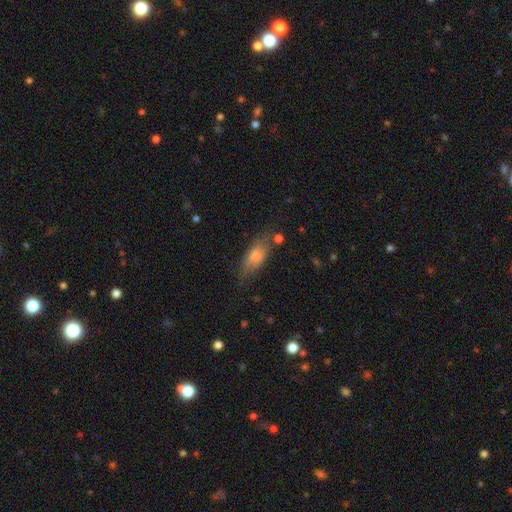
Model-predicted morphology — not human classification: A smooth galaxy with no disk features (65%) that is in between round and cigar-shaped (65%).

Vote fractions:
- Smooth or featured? smooth: 65% / featured or disk: 26% / star or artifact: 9%
- How rounded? in between: 65% / cigar-shaped: 31% / round: 4%
- Merging? none: 67% / minor disturbance: 21% / major disturbance: 8% / merger: 4%